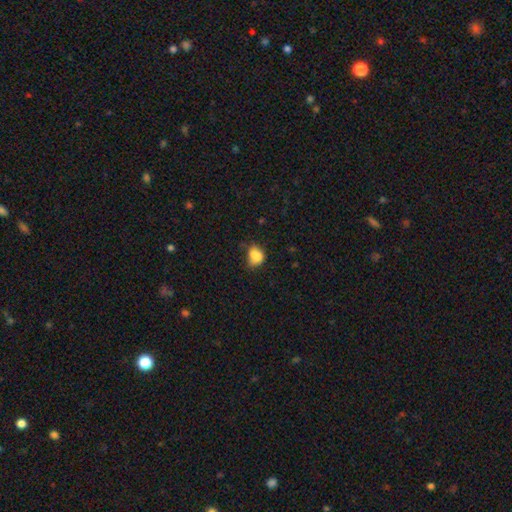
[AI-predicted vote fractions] Smooth or featured?
  - smooth: 77% *
  - featured or disk: 12%
  - star or artifact: 11%
How rounded?
  - in between: 63% *
  - round: 35%
  - cigar-shaped: 2%
Merging?
  - none: 41% *
  - minor disturbance: 34%
  - major disturbance: 14%
  - merger: 11%